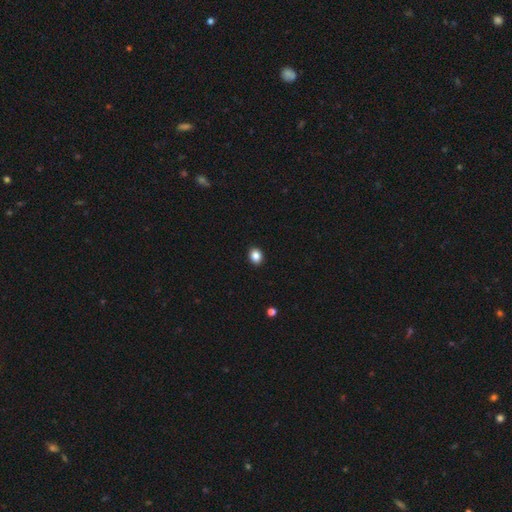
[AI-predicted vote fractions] The model was most divided on "how rounded": round: 56%, in between: 43%, cigar-shaped: 1%. More confident: merging — none (92%); smooth or featured — smooth (86%).